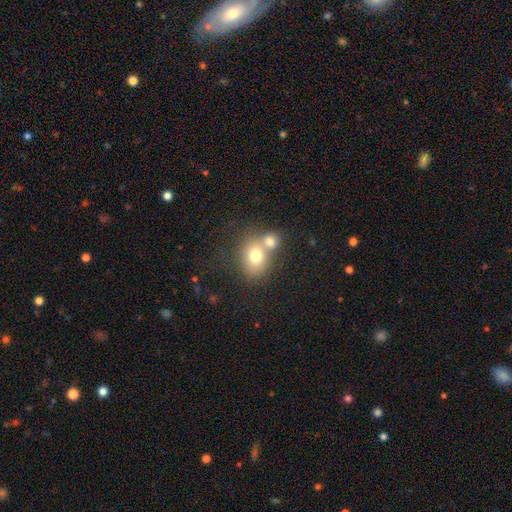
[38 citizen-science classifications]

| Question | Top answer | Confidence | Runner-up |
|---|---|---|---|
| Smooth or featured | smooth | 79% | featured or disk (16%) |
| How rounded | round | 57% | in between (43%) |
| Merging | none | 50% | merger (33%) |